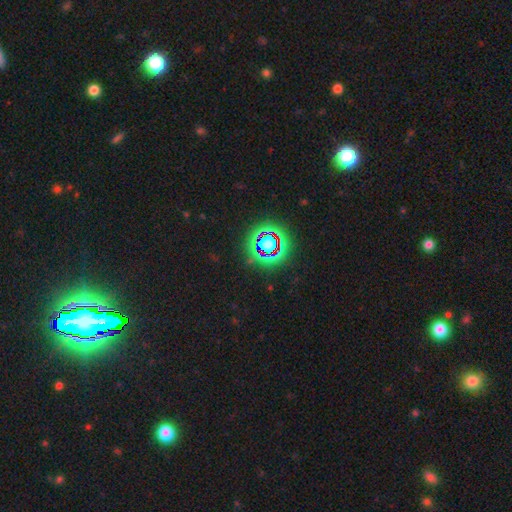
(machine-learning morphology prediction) Q: Smooth or featured?
A: star or artifact (80%); runner-up: smooth (11%)